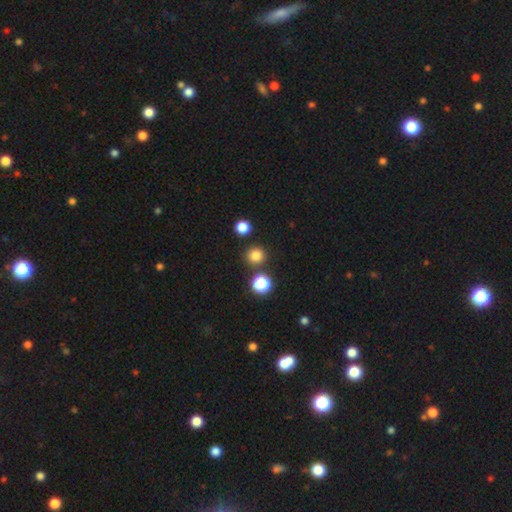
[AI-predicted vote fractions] This appears to be a smooth galaxy with no disk features (81%) that is round (92%). Merging: none (84%).